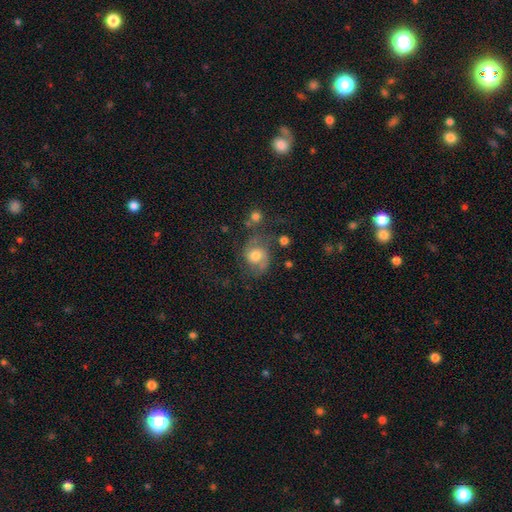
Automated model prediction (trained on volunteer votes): Q: Smooth or featured?
A: featured or disk (55%); runner-up: smooth (35%)
Q: Edge-on disk?
A: no (97%); runner-up: yes (3%)
Q: Bar?
A: no (64%); runner-up: weak (31%)
Q: Spiral arms?
A: yes (87%); runner-up: no (13%)
Q: Bulge size?
A: moderate (56%); runner-up: large (29%)
Q: Merging?
A: none (57%); runner-up: minor disturbance (22%)